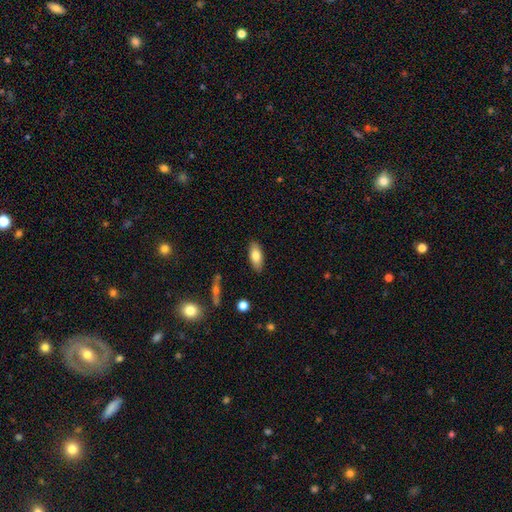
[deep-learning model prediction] smooth_or_featured: smooth (p=0.79) [alt: featured or disk p=0.14]
how_rounded: in between (p=0.84) [alt: cigar-shaped p=0.14]
merging: none (p=0.87) [alt: minor disturbance p=0.10]